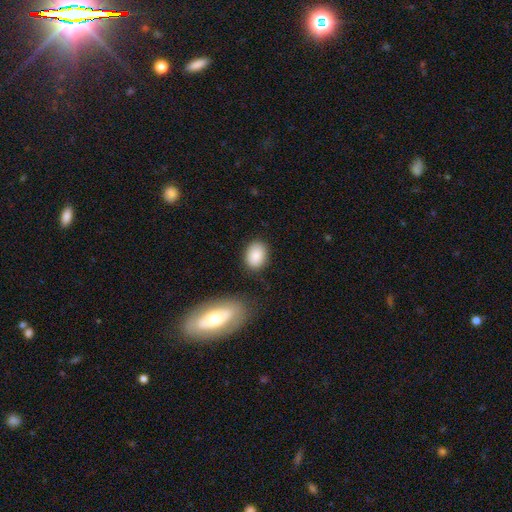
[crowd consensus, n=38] smooth 92%, star or artifact 5%, featured or disk 3%. Down the decision tree: how rounded — in between (74%); merging — none (89%).